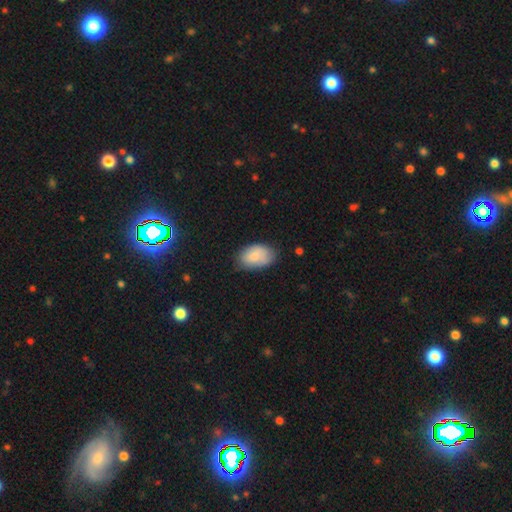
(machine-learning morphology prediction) type=smooth (82%); roundness=in between (92%); merging=none (68%).